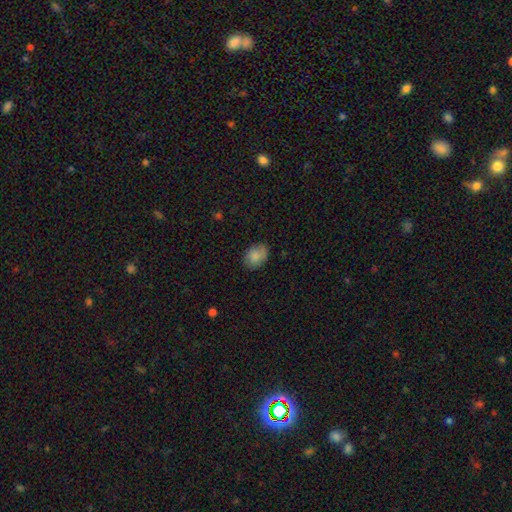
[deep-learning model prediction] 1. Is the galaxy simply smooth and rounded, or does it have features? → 84% smooth, 8% featured or disk, 8% star or artifact.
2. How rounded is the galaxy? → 73% in between, 26% round, 1% cigar-shaped.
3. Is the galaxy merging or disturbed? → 78% none, 17% minor disturbance, 4% major disturbance, 1% merger.